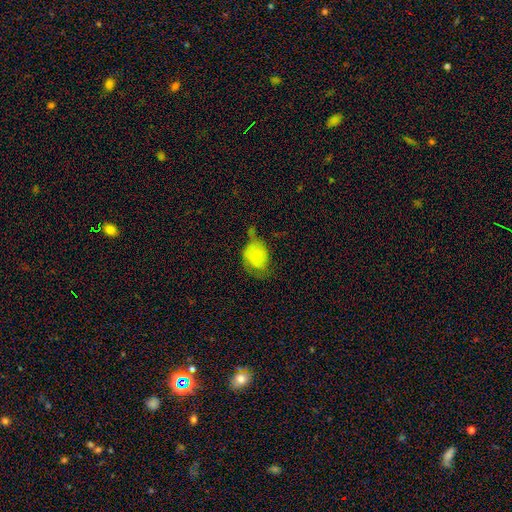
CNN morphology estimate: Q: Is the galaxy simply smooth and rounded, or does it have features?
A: smooth — 58%.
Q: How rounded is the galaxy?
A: in between — 54%.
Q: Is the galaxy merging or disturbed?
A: minor disturbance — 36%.